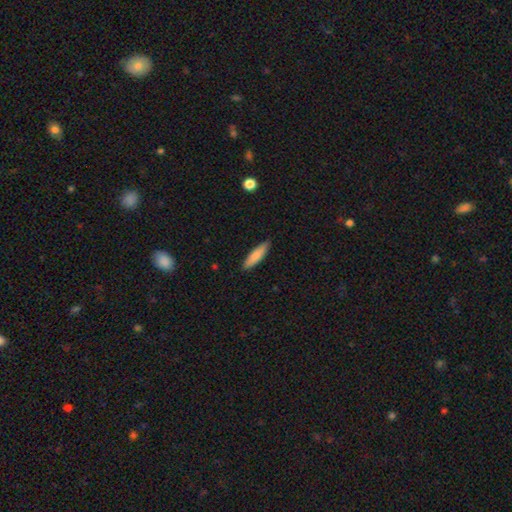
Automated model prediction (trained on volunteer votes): Q: Smooth or featured?
A: smooth (81%); runner-up: featured or disk (14%)
Q: How rounded?
A: cigar-shaped (74%); runner-up: in between (25%)
Q: Merging?
A: none (88%); runner-up: minor disturbance (9%)